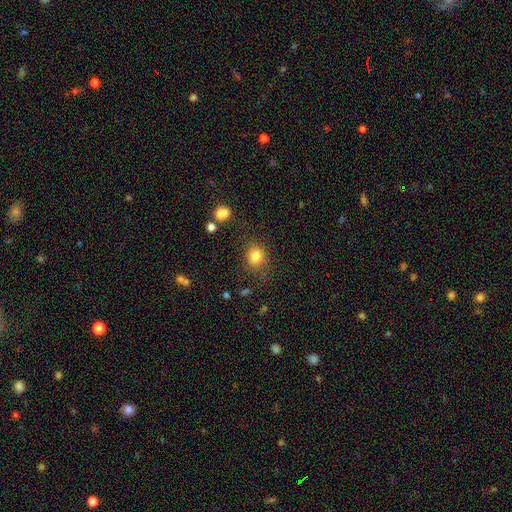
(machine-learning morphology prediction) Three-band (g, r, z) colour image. It shows a smooth galaxy with no disk features (82%) that is round (75%). Merging: none (79%).